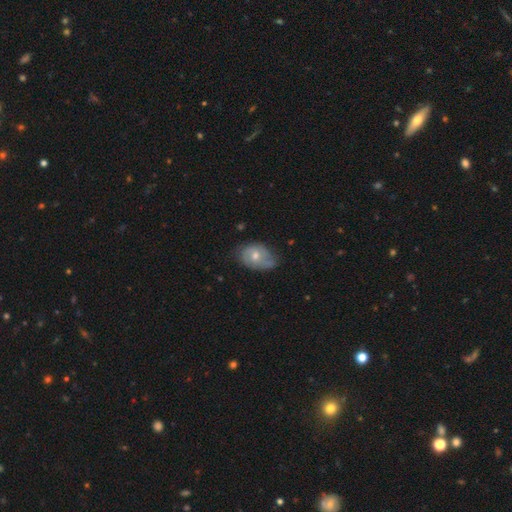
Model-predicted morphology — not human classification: smooth_or_featured: featured or disk (p=0.47) [alt: smooth p=0.46]
merging: none (p=0.52) [alt: minor disturbance p=0.36]